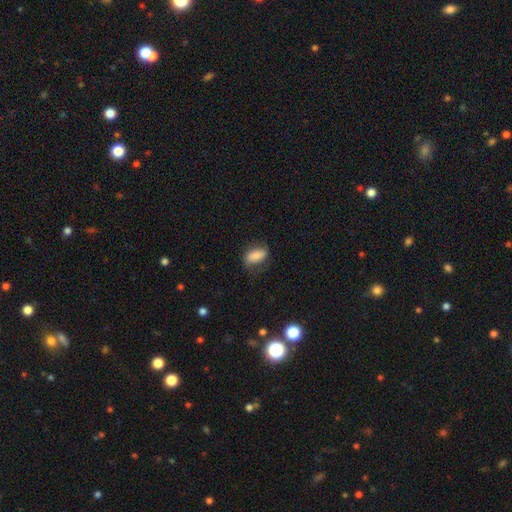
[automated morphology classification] smooth 72%, featured or disk 20%, star or artifact 8%. Down the decision tree: how rounded — in between (84%); merging — none (62%).